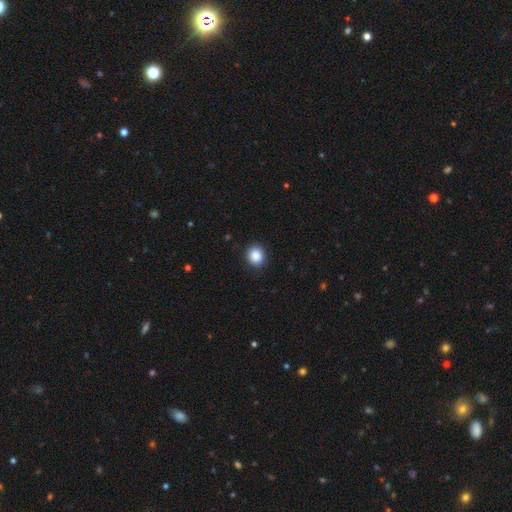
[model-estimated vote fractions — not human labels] Smooth or featured? smooth (88%)
How rounded? round (82%)
Merging? none (90%)